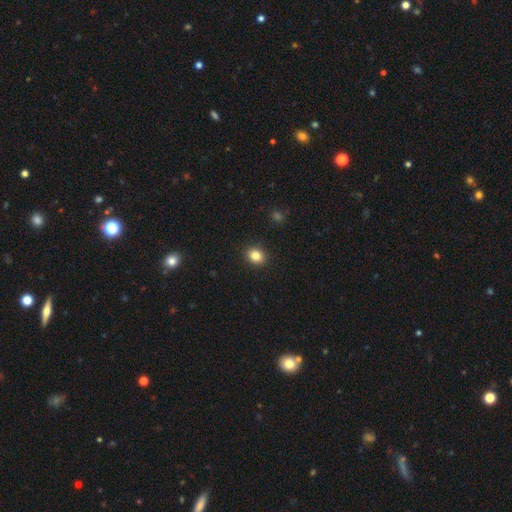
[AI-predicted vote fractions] smooth_or_featured: smooth (p=0.84) [alt: star or artifact p=0.11]
how_rounded: round (p=0.59) [alt: in between p=0.40]
merging: none (p=0.91) [alt: minor disturbance p=0.06]